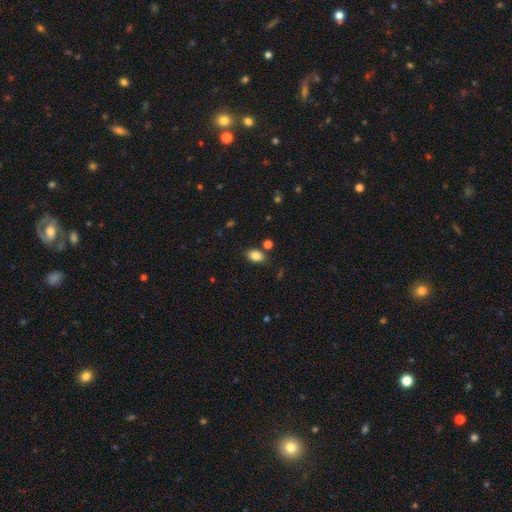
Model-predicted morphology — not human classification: smooth 85%, star or artifact 10%, featured or disk 6%. Down the decision tree: how rounded — in between (85%); merging — none (79%).